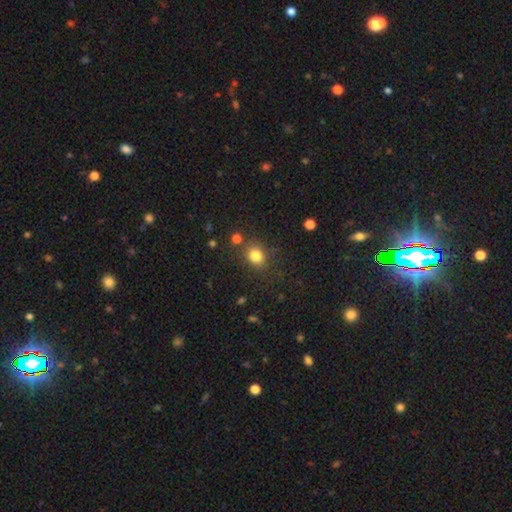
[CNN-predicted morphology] Smooth or featured?
  - smooth: 81% *
  - star or artifact: 13%
  - featured or disk: 6%
How rounded?
  - round: 69% *
  - in between: 30%
  - cigar-shaped: 1%
Merging?
  - none: 76% *
  - minor disturbance: 12%
  - merger: 8%
  - major disturbance: 5%